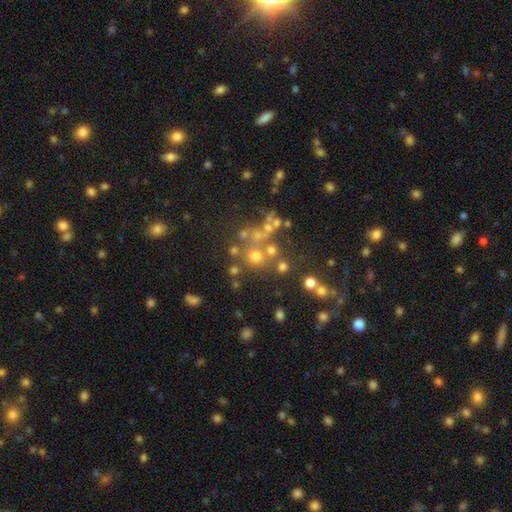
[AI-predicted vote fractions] Q: Smooth or featured?
A: smooth (44%); runner-up: star or artifact (32%)
Q: Merging?
A: none (56%); runner-up: merger (24%)